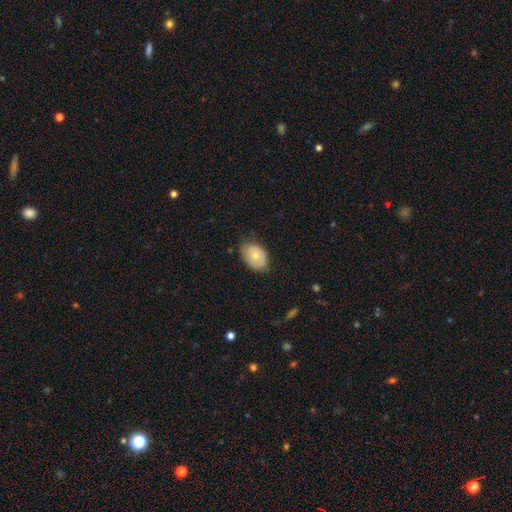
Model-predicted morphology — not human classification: smooth 67%, featured or disk 26%, star or artifact 7%. Down the decision tree: how rounded — in between (78%); merging — none (71%).